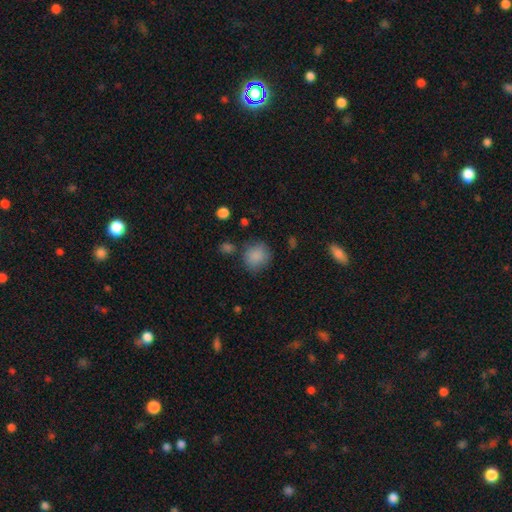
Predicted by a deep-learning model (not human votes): The model was most divided on "merging": none: 73%, minor disturbance: 17%, major disturbance: 6%, merger: 4%. More confident: smooth or featured — smooth (85%); how rounded — round (83%).